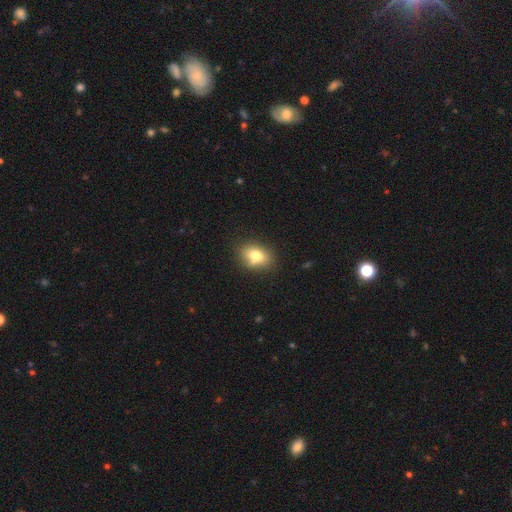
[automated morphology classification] Smooth or featured: smooth — 75% (featured or disk — 14%)
How rounded: in between — 68% (round — 31%)
Merging: none — 70% (minor disturbance — 19%)